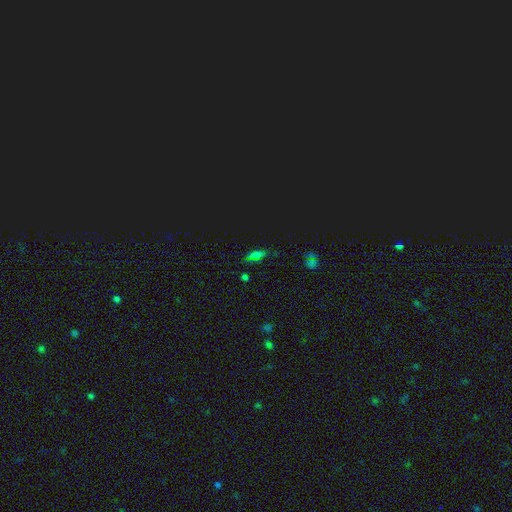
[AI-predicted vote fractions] A smooth galaxy with no disk features (48%). Merging: none (74%).